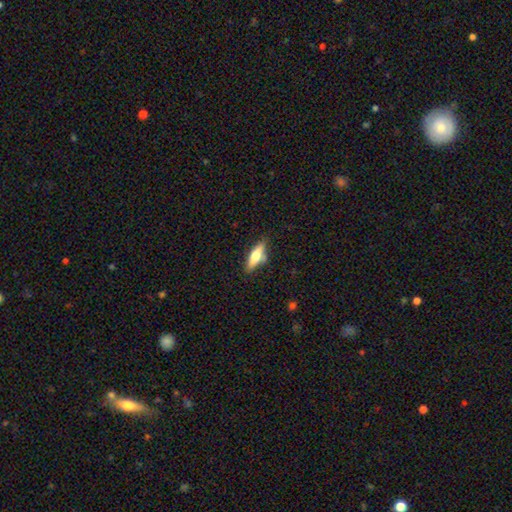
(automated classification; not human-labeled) Q: Smooth or featured?
A: smooth (63%); runner-up: featured or disk (31%)
Q: How rounded?
A: cigar-shaped (54%); runner-up: in between (43%)
Q: Merging?
A: none (76%); runner-up: minor disturbance (16%)